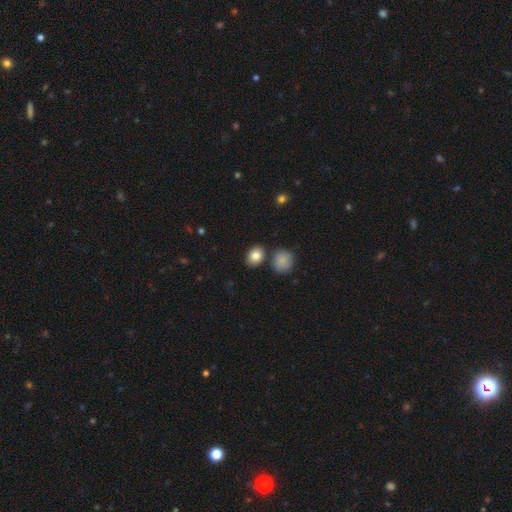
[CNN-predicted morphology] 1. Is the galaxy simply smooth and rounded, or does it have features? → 83% smooth, 9% star or artifact, 8% featured or disk.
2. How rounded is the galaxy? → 60% in between, 39% round, 1% cigar-shaped.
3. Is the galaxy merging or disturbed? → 77% none, 10% merger, 10% minor disturbance, 3% major disturbance.